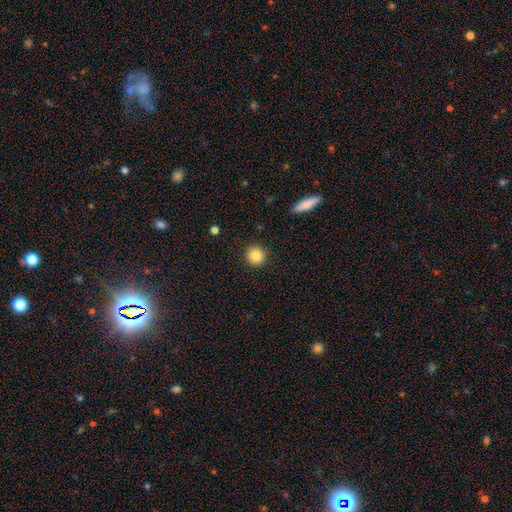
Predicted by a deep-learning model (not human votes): This is clearly a smooth galaxy (86%). How rounded: clearly round (94%). Merging: clearly none (92%).